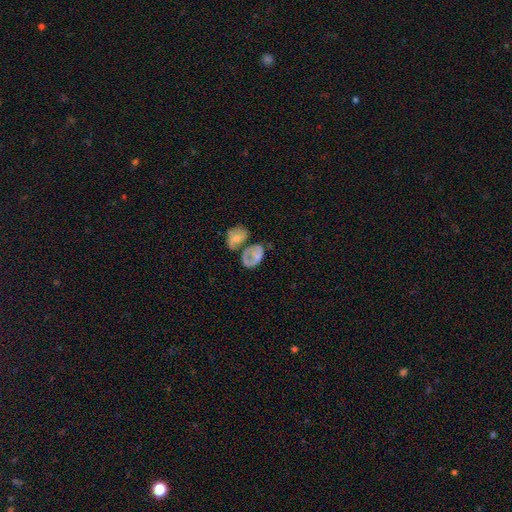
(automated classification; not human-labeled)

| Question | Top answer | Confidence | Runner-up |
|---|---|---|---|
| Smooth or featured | smooth | 53% | featured or disk (39%) |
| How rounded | in between | 77% | round (22%) |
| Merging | merger | 37% | none (24%) |